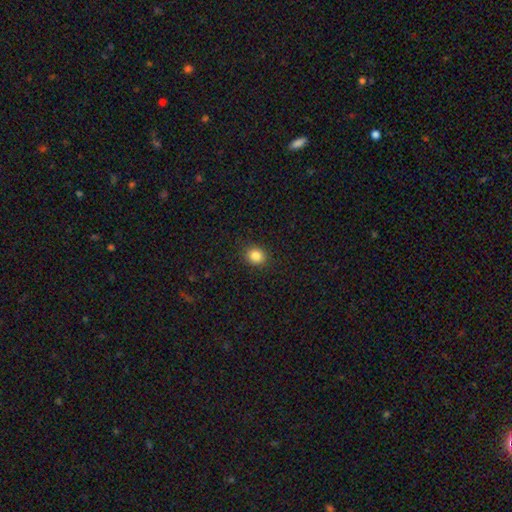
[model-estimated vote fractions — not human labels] Overall: smooth (84%). How rounded: round (74%). Merging: none (90%).